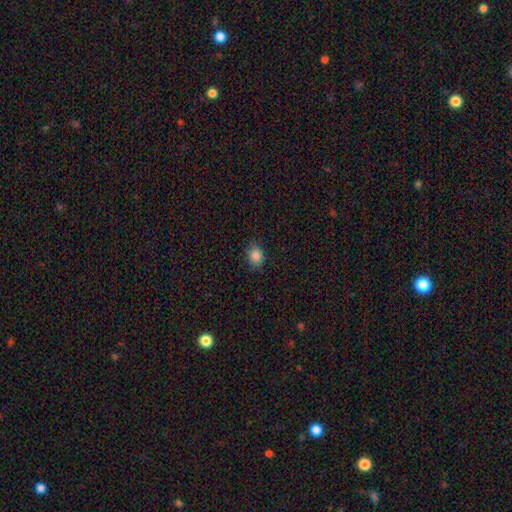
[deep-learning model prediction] A smooth galaxy with no disk features (84%) that is in between round and cigar-shaped (60%). Merging: none (85%).